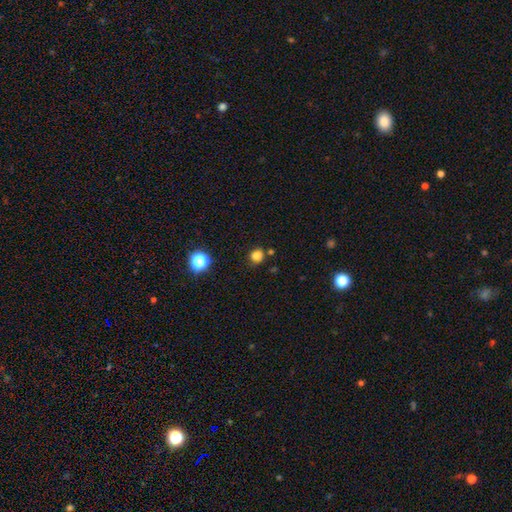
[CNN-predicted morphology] A smooth galaxy with no disk features (80%) that is round (82%).

Vote fractions:
- Smooth or featured? smooth: 80% / star or artifact: 16% / featured or disk: 4%
- How rounded? round: 82% / in between: 17% / cigar-shaped: 1%
- Merging? none: 79% / minor disturbance: 12% / merger: 6% / major disturbance: 3%